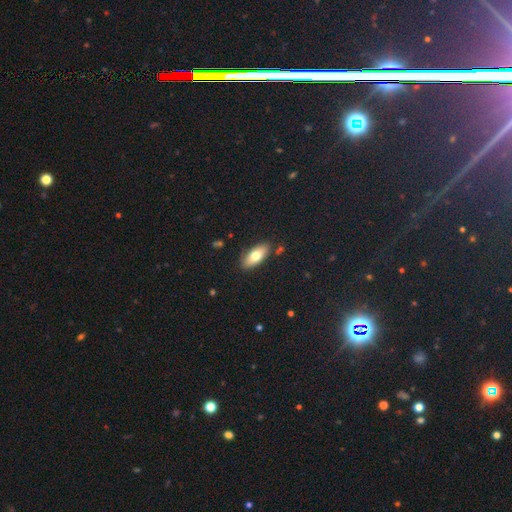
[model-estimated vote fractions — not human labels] smooth-or-featured: smooth: 73% | featured or disk: 21% | star or artifact: 7%
  how-rounded: in between: 84% | cigar-shaped: 13% | round: 3%
  merging: none: 84% | minor disturbance: 11% | major disturbance: 2% | merger: 2%